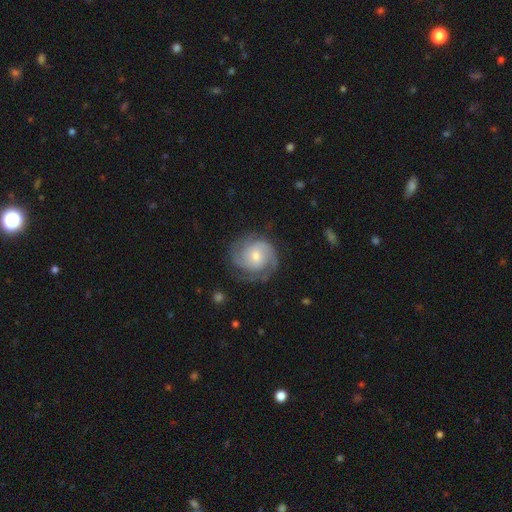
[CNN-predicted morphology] smooth-or-featured: featured or disk: 82% | smooth: 13% | star or artifact: 5%
  disk-edge-on: no: 98% | yes: 2%
    bar: no: 65% | weak: 30% | strong: 5%
    has-spiral-arms: yes: 96% | no: 4%
      spiral-winding: tight: 57% | medium: 35% | loose: 8%
      spiral-arm-count: 2: 42% | 3: 24% | can't tell: 19% | 4: 6% | 1: 5% | more than 4: 4%
    bulge-size: small: 55% | moderate: 39% | large: 3% | none: 2% | dominant: 1%
  merging: none: 73% | minor disturbance: 17% | major disturbance: 9% | merger: 1%